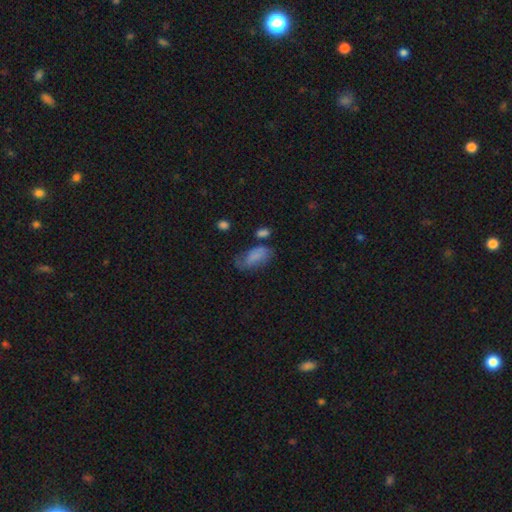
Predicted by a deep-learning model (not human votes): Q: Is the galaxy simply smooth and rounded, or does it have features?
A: smooth — 70%.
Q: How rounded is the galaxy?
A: in between — 91%.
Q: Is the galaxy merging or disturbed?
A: none — 45%.